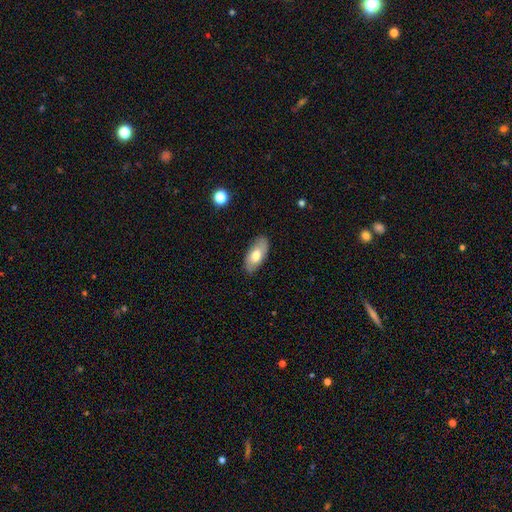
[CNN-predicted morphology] smooth 69%, featured or disk 25%, star or artifact 6%. Down the decision tree: how rounded — in between (91%); merging — none (84%).